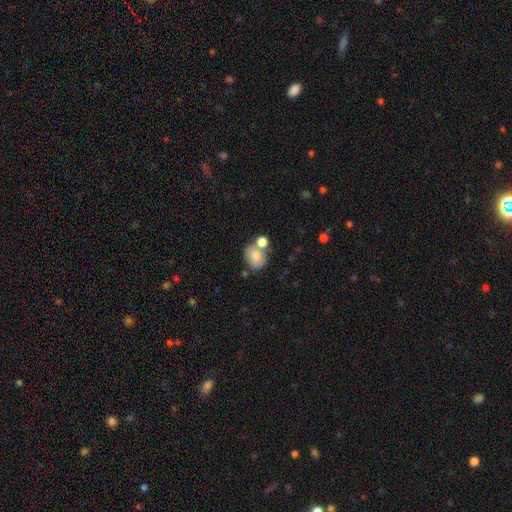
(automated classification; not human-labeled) Smooth or featured? Predicted: smooth (p=0.78). How rounded? Predicted: round (p=0.51). Merging? Predicted: none (p=0.49).